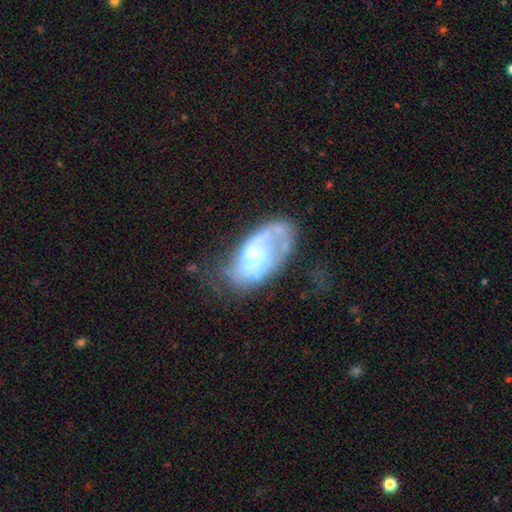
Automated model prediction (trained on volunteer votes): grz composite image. It shows a featured or disk galaxy (68%) with no bar (63%), spiral arms (62%) and a small central bulge (45%). Merging: none (40%).